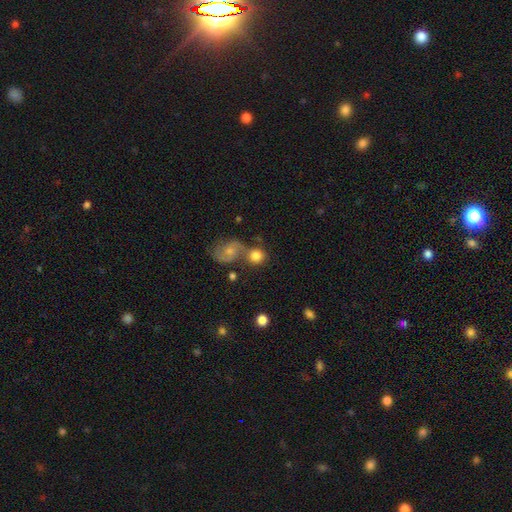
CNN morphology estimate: Q: Smooth or featured?
A: smooth (74%); runner-up: featured or disk (18%)
Q: How rounded?
A: round (85%); runner-up: in between (13%)
Q: Merging?
A: none (52%); runner-up: merger (33%)